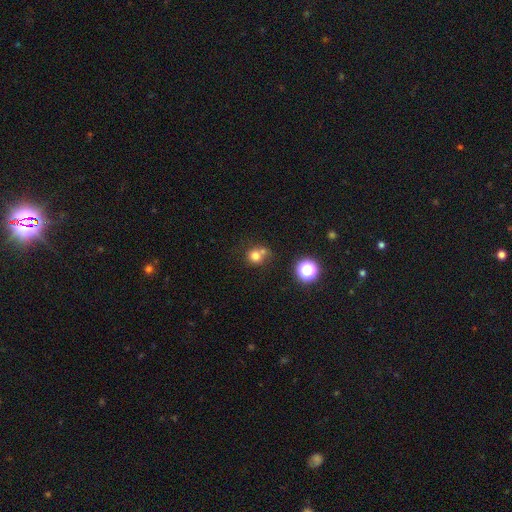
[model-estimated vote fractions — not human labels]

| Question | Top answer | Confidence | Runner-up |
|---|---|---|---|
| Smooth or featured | smooth | 74% | star or artifact (16%) |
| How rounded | round | 85% | in between (14%) |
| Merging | none | 50% | merger (34%) |